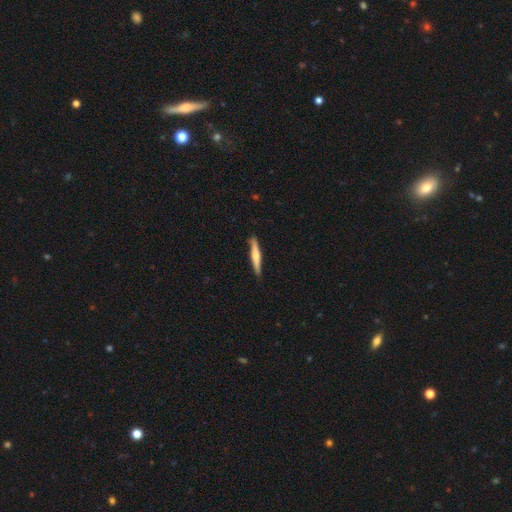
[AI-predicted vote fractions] featured or disk 51%, smooth 44%, star or artifact 5%. Down the decision tree: edge-on disk — yes (96%); merging — none (87%).